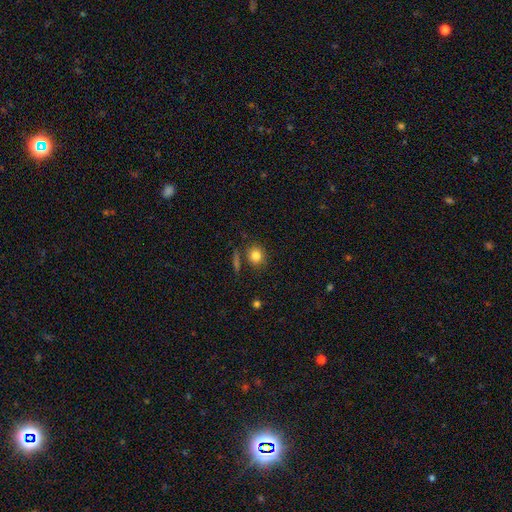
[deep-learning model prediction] A smooth galaxy with no disk features (82%) that is round (79%). Merging: none (76%).